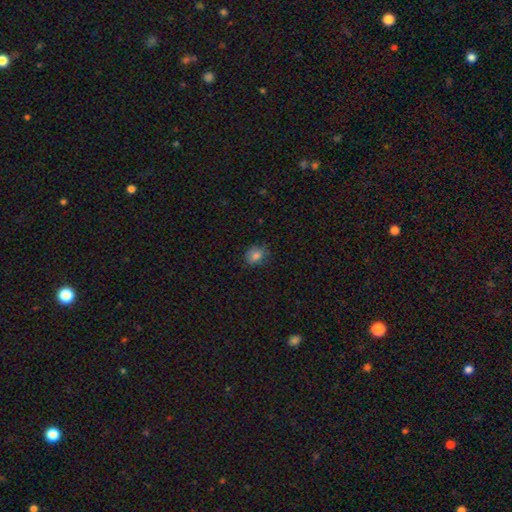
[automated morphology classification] Smooth or featured?
  - smooth: 81% *
  - star or artifact: 12%
  - featured or disk: 7%
How rounded?
  - round: 61% *
  - in between: 38%
  - cigar-shaped: 1%
Merging?
  - none: 76% *
  - minor disturbance: 19%
  - major disturbance: 4%
  - merger: 1%